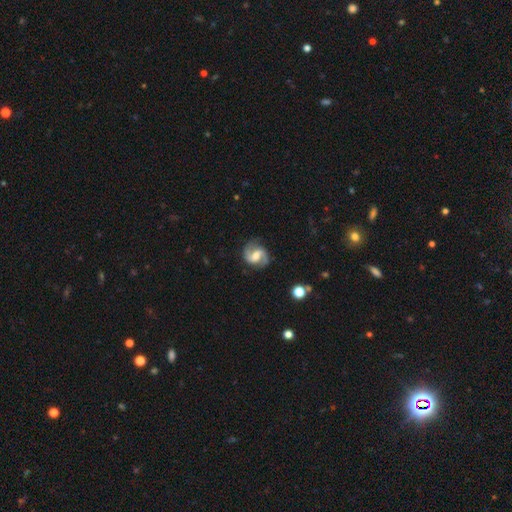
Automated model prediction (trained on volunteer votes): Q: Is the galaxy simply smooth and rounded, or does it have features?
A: featured or disk — 87%.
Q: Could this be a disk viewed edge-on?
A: no — 98%.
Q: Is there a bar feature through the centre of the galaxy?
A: weak — 52%.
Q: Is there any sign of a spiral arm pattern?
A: yes — 97%.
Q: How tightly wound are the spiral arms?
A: medium — 54%.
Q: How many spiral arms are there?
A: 2 — 93%.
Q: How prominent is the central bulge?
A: moderate — 56%.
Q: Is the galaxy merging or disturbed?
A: none — 82%.